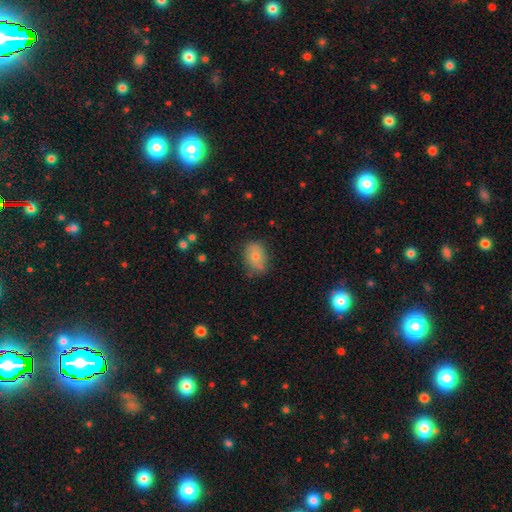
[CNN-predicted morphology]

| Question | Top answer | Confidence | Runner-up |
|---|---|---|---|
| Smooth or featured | smooth | 69% | featured or disk (21%) |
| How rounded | in between | 77% | round (21%) |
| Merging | none | 69% | minor disturbance (24%) |